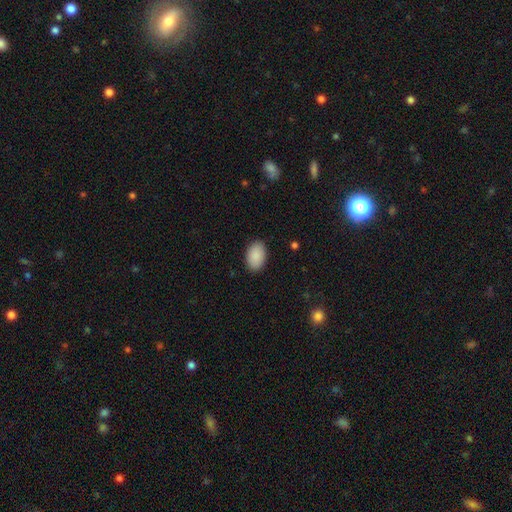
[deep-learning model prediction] Overall: smooth (90%). How rounded: in between (92%). Merging: none (89%).